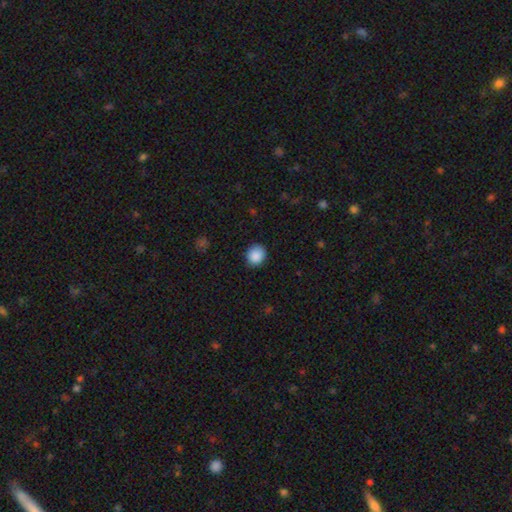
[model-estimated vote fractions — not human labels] A smooth galaxy with no disk features (89%) that is round (77%). Merging: none (86%).